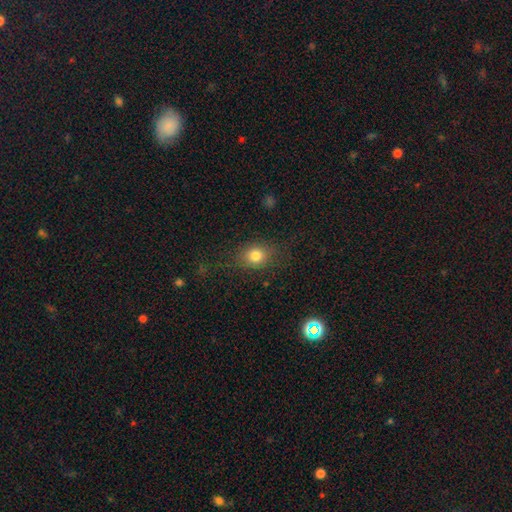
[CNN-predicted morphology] type=smooth (80%); roundness=round (59%); merging=none (79%).